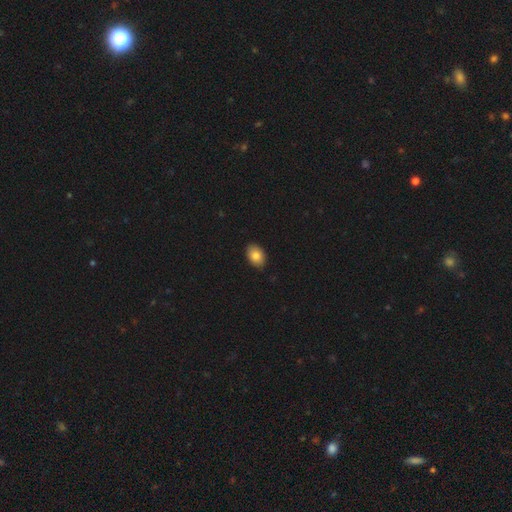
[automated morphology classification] This appears to be a smooth galaxy with no disk features (83%) that is in between round and cigar-shaped (84%). Merging: none (87%).